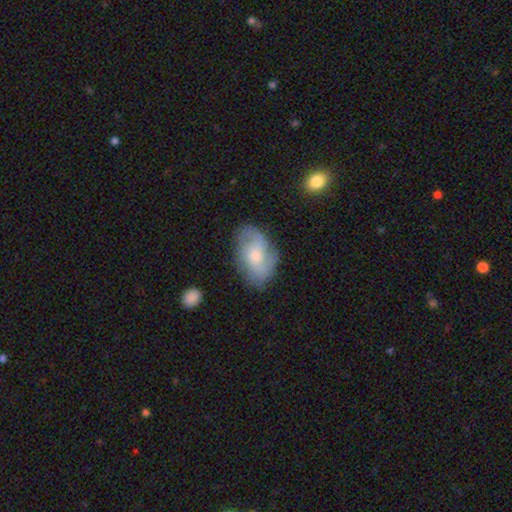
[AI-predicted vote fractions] smooth_or_featured: featured or disk (p=0.57) [alt: smooth p=0.36]
disk_edge_on: no (p=0.96) [alt: yes p=0.04]
bar: no (p=0.70) [alt: weak p=0.27]
has_spiral_arms: yes (p=0.83) [alt: no p=0.17]
bulge_size: moderate (p=0.53) [alt: small p=0.34]
merging: none (p=0.69) [alt: minor disturbance p=0.21]